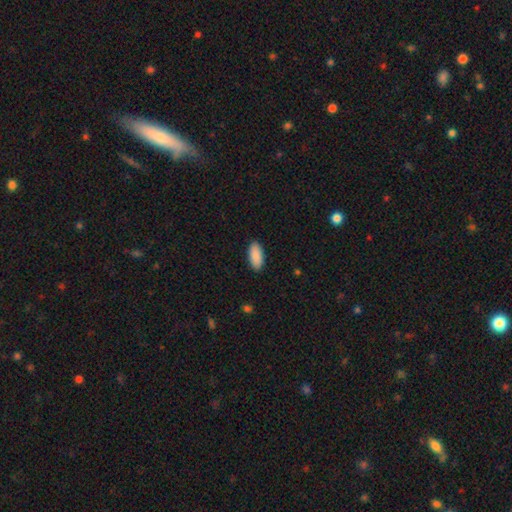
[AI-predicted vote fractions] Smooth or featured? Predicted: smooth (p=0.91). How rounded? Predicted: in between (p=0.91). Merging? Predicted: none (p=0.90).